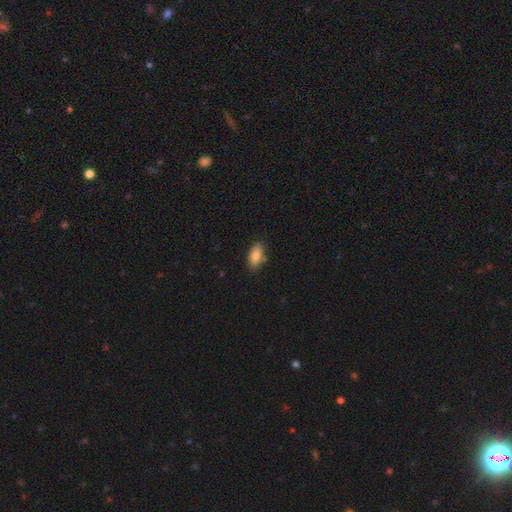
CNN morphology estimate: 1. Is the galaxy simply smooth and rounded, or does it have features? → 85% smooth, 8% featured or disk, 8% star or artifact.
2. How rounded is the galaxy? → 89% in between, 7% cigar-shaped, 3% round.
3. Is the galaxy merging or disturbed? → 79% none, 15% minor disturbance, 4% merger, 3% major disturbance.